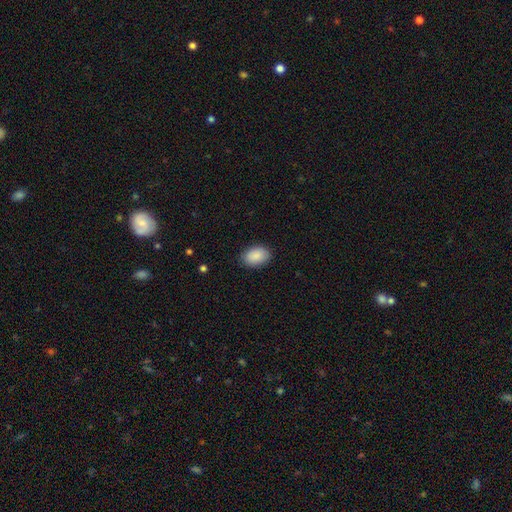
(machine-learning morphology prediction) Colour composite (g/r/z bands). It shows a smooth galaxy with no disk features (90%) that is in between round and cigar-shaped (88%). Merging: none (87%).